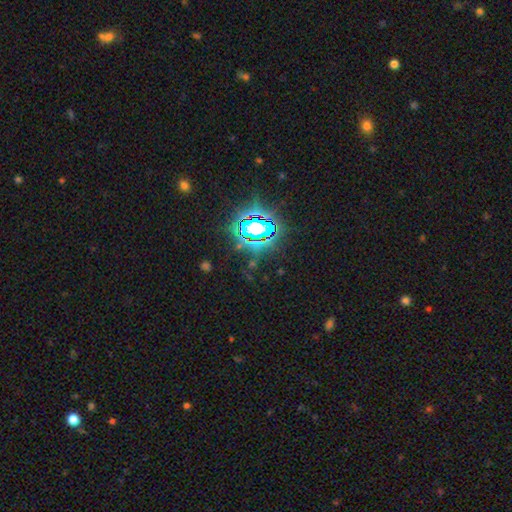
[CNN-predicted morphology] This appears to be a star or artifact, not a galaxy (79%).